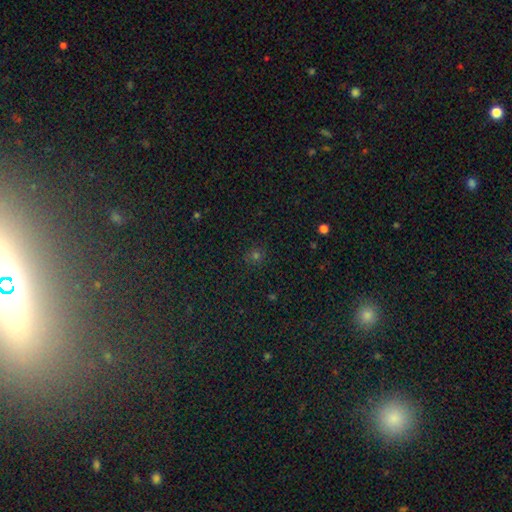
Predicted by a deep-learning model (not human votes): Smooth or featured: smooth — 57% (star or artifact — 37%)
How rounded: round — 92% (in between — 7%)
Merging: none — 88% (minor disturbance — 8%)